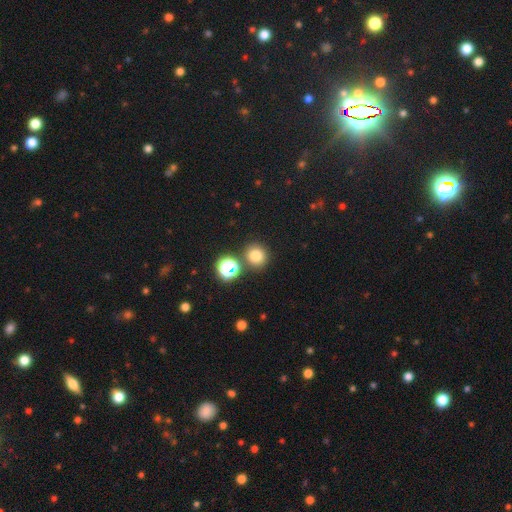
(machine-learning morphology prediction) Smooth or featured: smooth — 76% (star or artifact — 18%)
How rounded: round — 86% (in between — 13%)
Merging: none — 79% (merger — 9%)